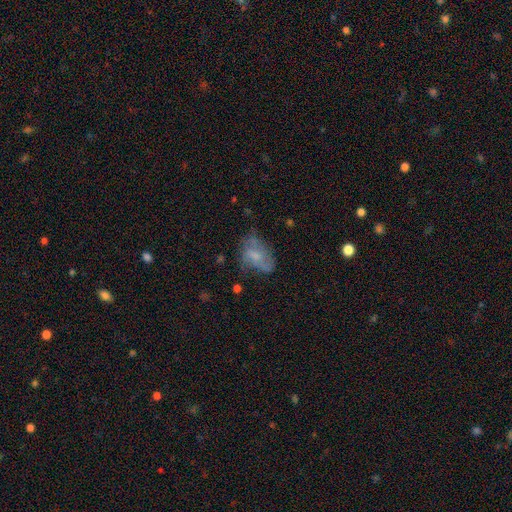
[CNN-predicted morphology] This appears to be a smooth galaxy with no disk features (49%). Merging: none (46%).